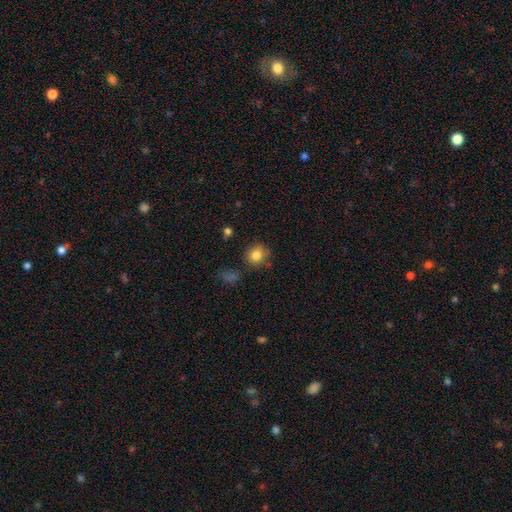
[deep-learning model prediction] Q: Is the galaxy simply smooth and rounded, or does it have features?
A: smooth — 82%.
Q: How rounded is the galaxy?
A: round — 79%.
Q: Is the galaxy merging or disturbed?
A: none — 77%.